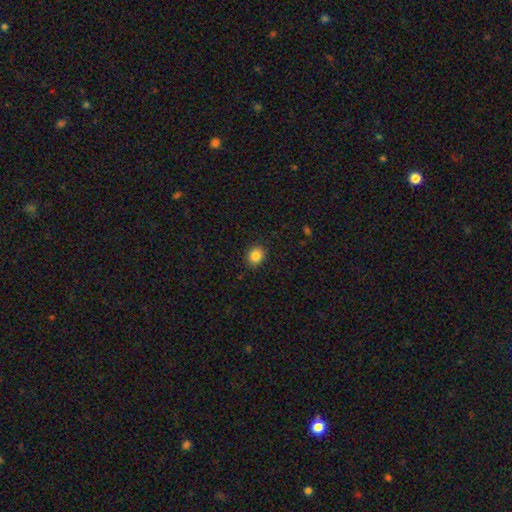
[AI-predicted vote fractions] Overall: smooth (85%). How rounded: round (67%; in between 32%). Merging: none (89%).